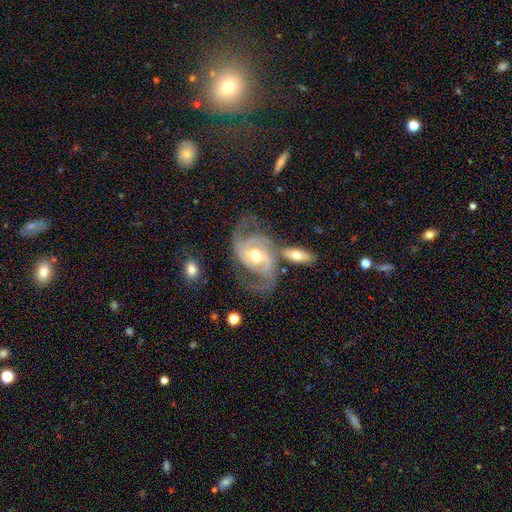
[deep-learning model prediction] Smooth or featured?
  - featured or disk: 91% *
  - smooth: 5%
  - star or artifact: 4%
Edge-on disk?
  - no: 97% *
  - yes: 3%
Bar?
  - weak: 45% *
  - no: 35%
  - strong: 20%
Spiral arms?
  - yes: 98% *
  - no: 2%
Spiral winding?
  - medium: 53% *
  - tight: 31%
  - loose: 16%
Spiral arm count?
  - 2: 69% *
  - 3: 17%
  - can't tell: 6%
  - 4: 3%
  - 1: 3%
  - more than 4: 2%
Bulge size?
  - moderate: 73% *
  - small: 19%
  - large: 6%
  - none: 1%
  - dominant: 1%
Merging?
  - none: 55% *
  - minor disturbance: 18%
  - major disturbance: 13%
  - merger: 13%